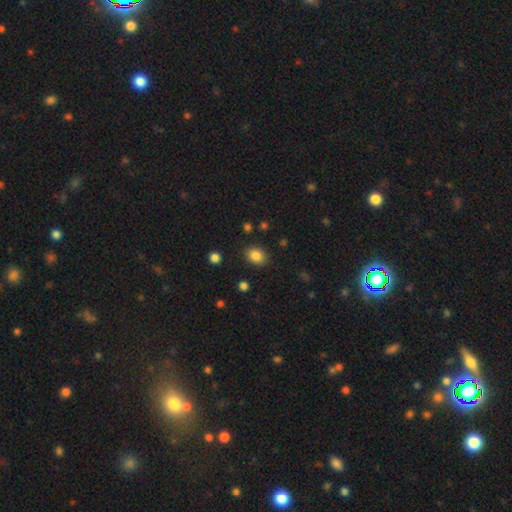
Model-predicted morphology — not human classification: Smooth or featured?
  - smooth: 85% *
  - star or artifact: 10%
  - featured or disk: 5%
How rounded?
  - in between: 51% *
  - round: 48%
  - cigar-shaped: 1%
Merging?
  - none: 86% *
  - minor disturbance: 9%
  - major disturbance: 3%
  - merger: 2%